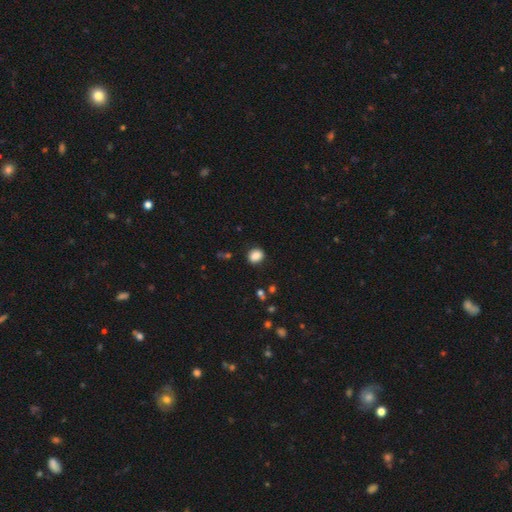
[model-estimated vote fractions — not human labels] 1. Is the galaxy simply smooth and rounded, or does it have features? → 86% smooth, 9% star or artifact, 4% featured or disk.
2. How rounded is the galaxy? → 63% round, 36% in between, 1% cigar-shaped.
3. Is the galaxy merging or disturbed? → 87% none, 9% minor disturbance, 3% major disturbance, 2% merger.